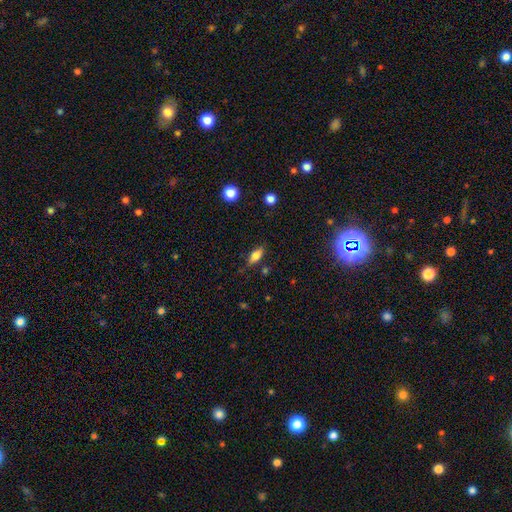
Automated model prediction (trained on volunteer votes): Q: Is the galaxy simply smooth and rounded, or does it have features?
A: smooth — 67%.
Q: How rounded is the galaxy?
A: in between — 73%.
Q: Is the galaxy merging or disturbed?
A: none — 78%.